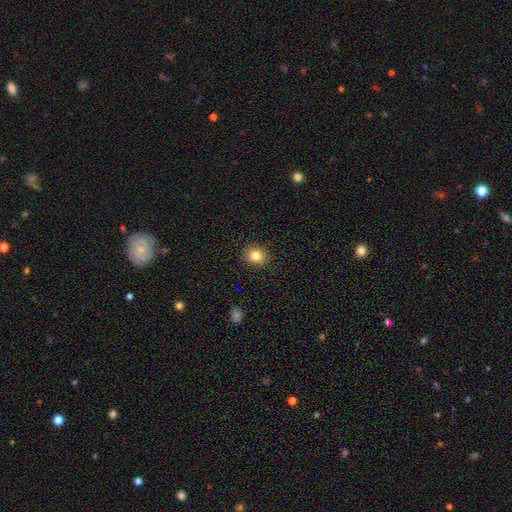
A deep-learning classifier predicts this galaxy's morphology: A smooth galaxy with no disk features (82%) that is round (73%). Merging: none (90%).